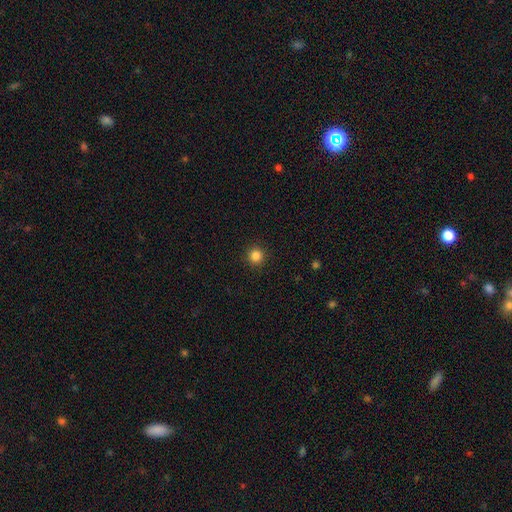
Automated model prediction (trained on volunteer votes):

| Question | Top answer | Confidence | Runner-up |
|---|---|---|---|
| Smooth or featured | smooth | 85% | star or artifact (12%) |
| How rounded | round | 96% | in between (3%) |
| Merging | none | 92% | minor disturbance (5%) |